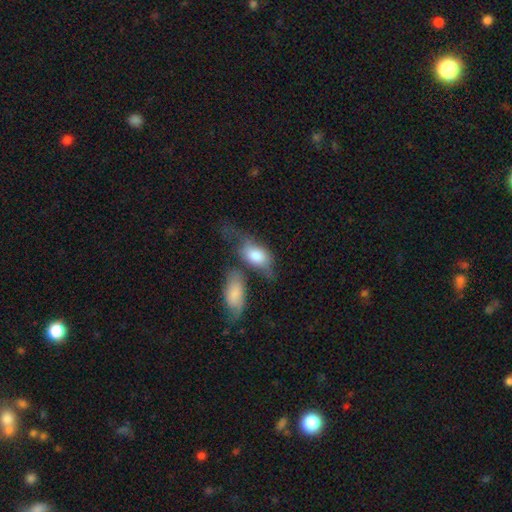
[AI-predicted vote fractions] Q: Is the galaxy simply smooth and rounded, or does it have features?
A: smooth — 70%.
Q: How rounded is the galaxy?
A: in between — 86%.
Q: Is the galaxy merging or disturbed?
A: none — 31%.